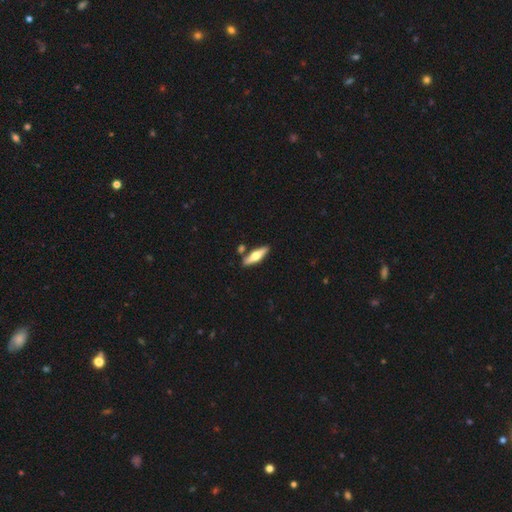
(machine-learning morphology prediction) smooth-or-featured: featured or disk: 50% | smooth: 44% | star or artifact: 5%
  disk-edge-on: yes: 93% | no: 7%
  merging: none: 81% | minor disturbance: 9% | merger: 7% | major disturbance: 2%